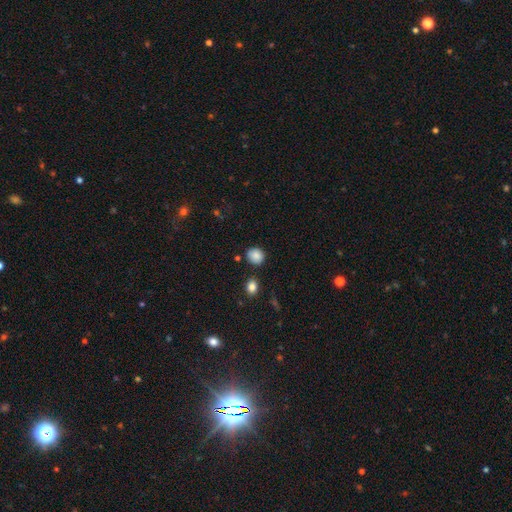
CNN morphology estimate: Smooth or featured?
  - smooth: 86% *
  - star or artifact: 9%
  - featured or disk: 5%
How rounded?
  - round: 76% *
  - in between: 23%
  - cigar-shaped: 1%
Merging?
  - none: 80% *
  - minor disturbance: 13%
  - merger: 4%
  - major disturbance: 3%